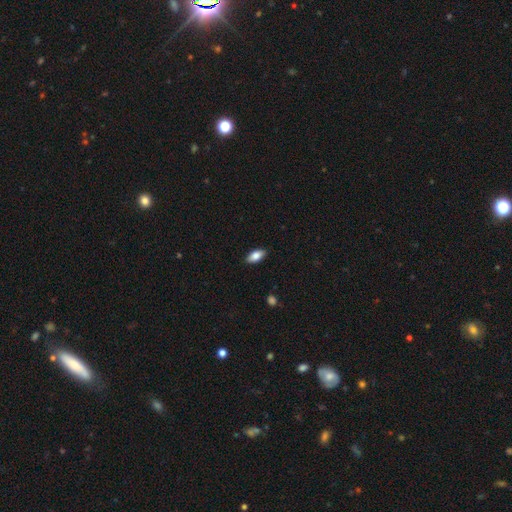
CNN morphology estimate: Smooth or featured?
  - smooth: 82% *
  - featured or disk: 11%
  - star or artifact: 7%
How rounded?
  - in between: 89% *
  - cigar-shaped: 8%
  - round: 3%
Merging?
  - none: 88% *
  - minor disturbance: 9%
  - major disturbance: 2%
  - merger: 1%